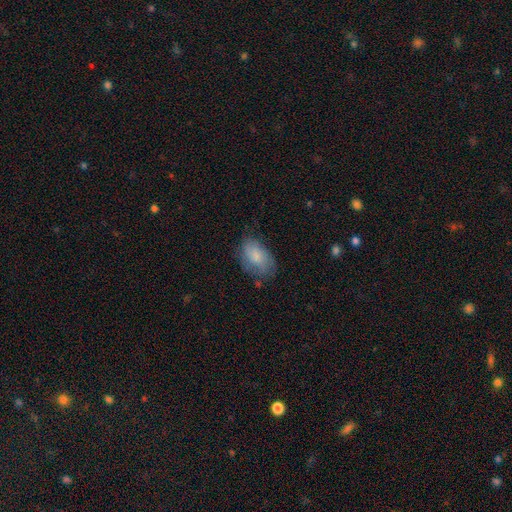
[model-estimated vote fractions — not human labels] Q: Smooth or featured?
A: smooth (72%); runner-up: featured or disk (21%)
Q: How rounded?
A: in between (91%); runner-up: round (7%)
Q: Merging?
A: none (62%); runner-up: minor disturbance (27%)